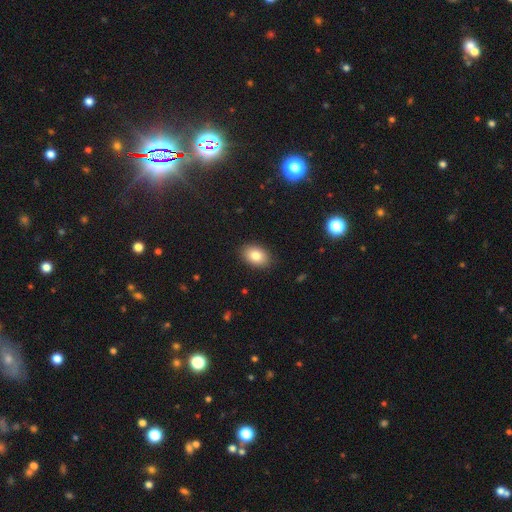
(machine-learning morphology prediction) Q: Smooth or featured?
A: smooth (82%); runner-up: featured or disk (9%)
Q: How rounded?
A: in between (84%); runner-up: round (15%)
Q: Merging?
A: none (88%); runner-up: minor disturbance (9%)